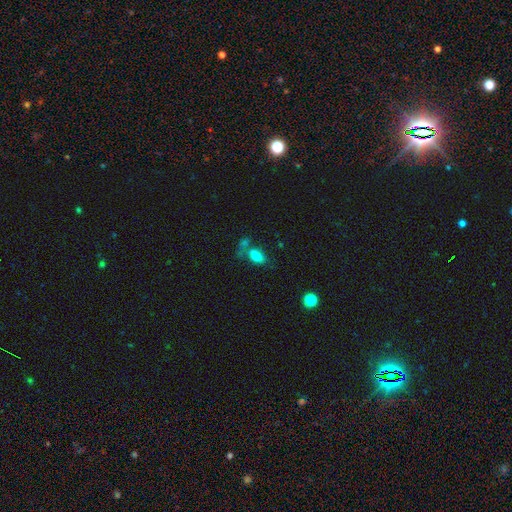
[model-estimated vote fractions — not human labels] This is likely a smooth galaxy (78%). How rounded: clearly in between (89%). Merging: marginally none (43%).